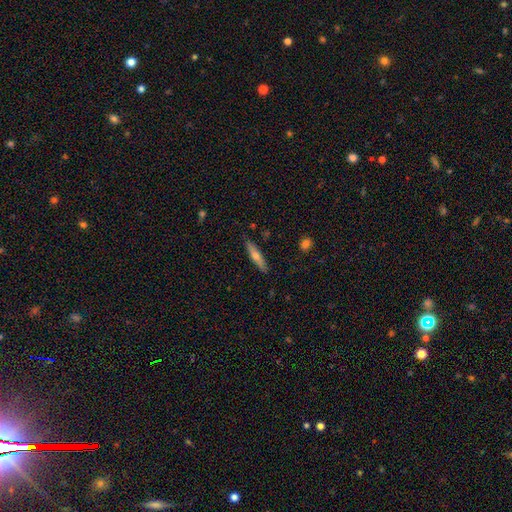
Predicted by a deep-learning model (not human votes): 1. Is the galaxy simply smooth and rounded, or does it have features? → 48% featured or disk, 45% smooth, 7% star or artifact.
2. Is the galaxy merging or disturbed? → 88% none, 9% minor disturbance, 2% major disturbance, 1% merger.